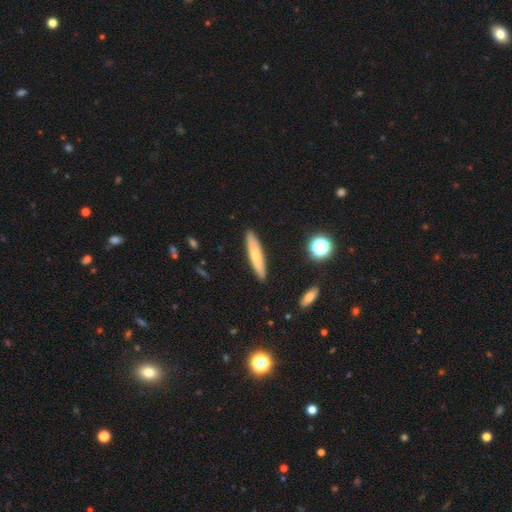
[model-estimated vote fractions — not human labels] smooth 66%, featured or disk 27%, star or artifact 7%. Down the decision tree: how rounded — cigar-shaped (89%); merging — none (89%).